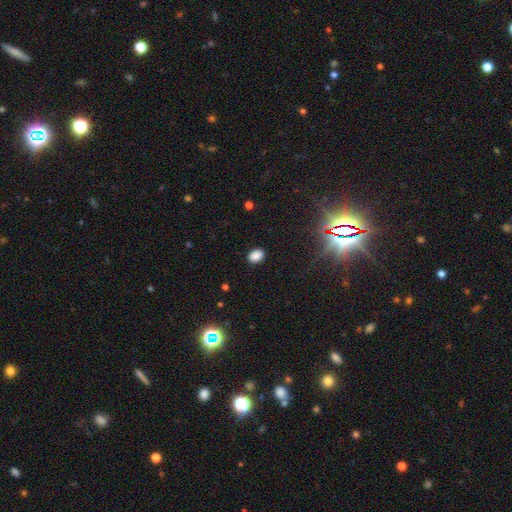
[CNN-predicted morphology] smooth 85%, star or artifact 12%, featured or disk 4%. Down the decision tree: how rounded — in between (73%); merging — none (88%).